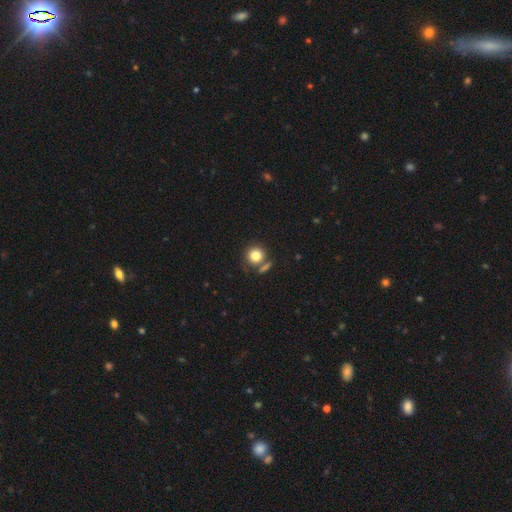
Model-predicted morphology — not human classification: type=smooth (80%); roundness=round (90%); merging=none (68%).